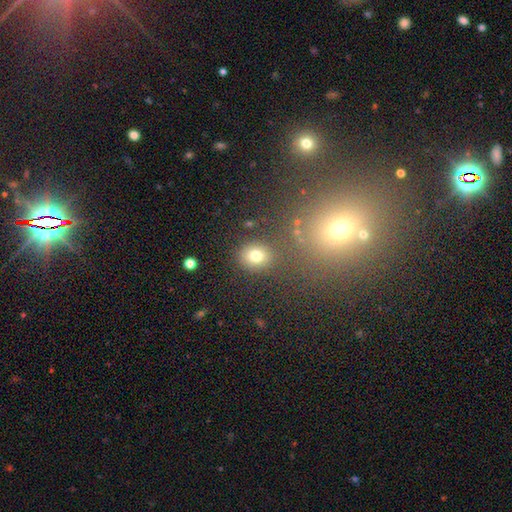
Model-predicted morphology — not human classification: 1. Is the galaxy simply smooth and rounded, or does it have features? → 75% smooth, 16% star or artifact, 10% featured or disk.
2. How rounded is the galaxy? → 65% round, 34% in between, 1% cigar-shaped.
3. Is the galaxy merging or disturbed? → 80% none, 10% minor disturbance, 5% merger, 5% major disturbance.